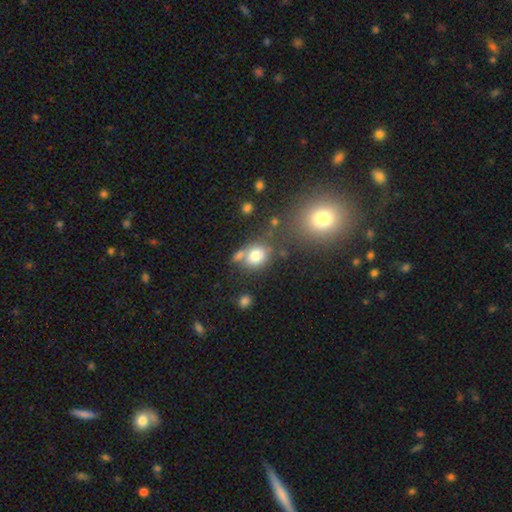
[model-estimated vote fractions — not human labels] Smooth or featured? smooth (77%)
How rounded? round (56%)
Merging? none (51%)